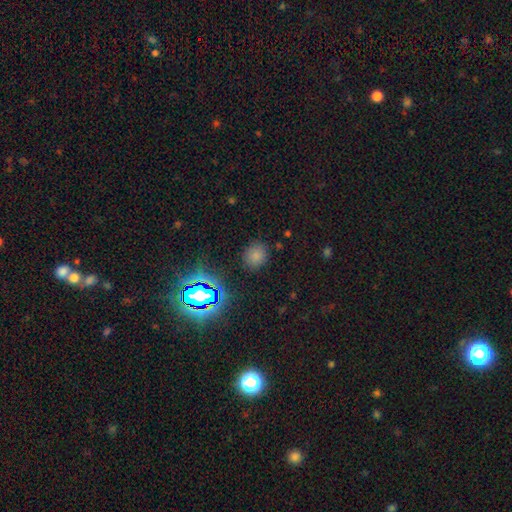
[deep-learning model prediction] A smooth galaxy with no disk features (71%) that is round (73%). Merging: none (85%).